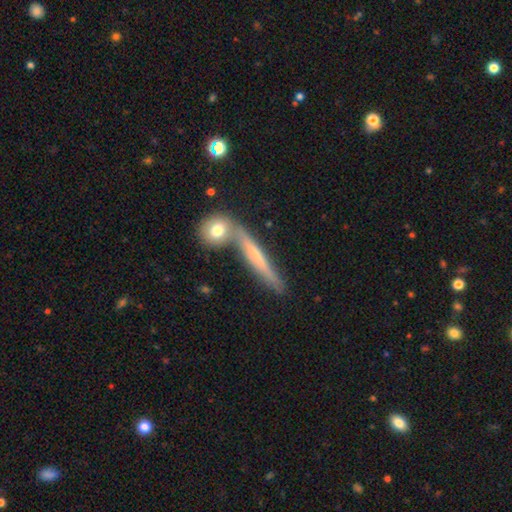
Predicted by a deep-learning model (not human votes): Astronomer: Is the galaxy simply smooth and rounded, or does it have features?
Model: smooth — 47% (runner-up: featured or disk, 45%).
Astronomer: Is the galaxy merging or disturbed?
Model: none — 60%.